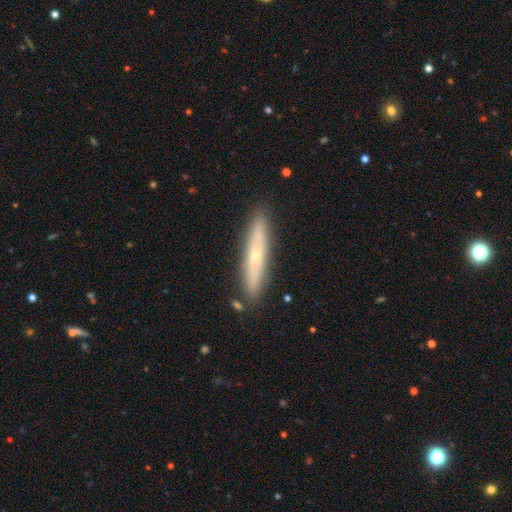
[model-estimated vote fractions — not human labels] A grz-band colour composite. It shows a featured or disk galaxy (54%) viewed edge-on (81%). Merging: none (87%).